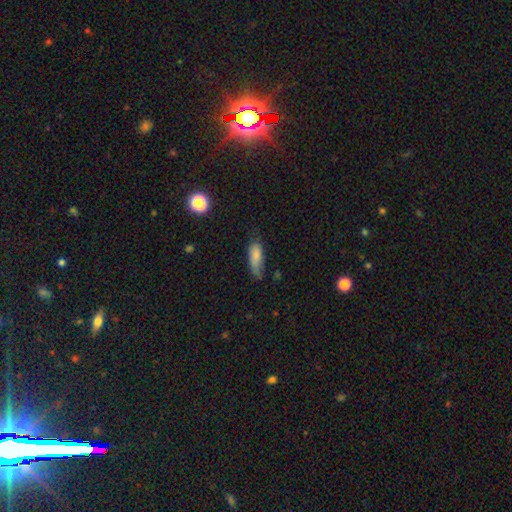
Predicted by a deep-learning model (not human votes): Smooth or featured?
  - smooth: 80% *
  - featured or disk: 12%
  - star or artifact: 8%
How rounded?
  - in between: 72% *
  - cigar-shaped: 25%
  - round: 3%
Merging?
  - none: 44% *
  - minor disturbance: 39%
  - major disturbance: 14%
  - merger: 3%